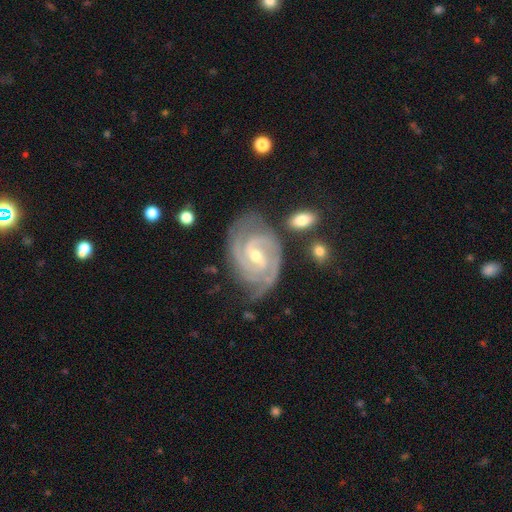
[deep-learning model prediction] Smooth or featured? featured or disk (92%)
Edge-on disk? no (97%)
Bar? weak (50%)
Spiral arms? yes (98%)
Spiral winding? tight (68%)
Spiral arm count? 2 (51%)
Bulge size? small (50%)
Merging? none (71%)